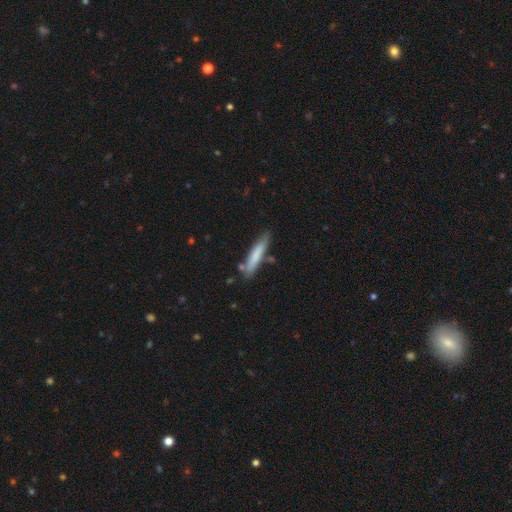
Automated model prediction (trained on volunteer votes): A smooth galaxy with no disk features (73%) that is cigar-shaped (89%).

Vote fractions:
- Smooth or featured? smooth: 73% / featured or disk: 21% / star or artifact: 6%
- How rounded? cigar-shaped: 89% / in between: 9% / round: 1%
- Merging? none: 74% / minor disturbance: 17% / merger: 6% / major disturbance: 3%